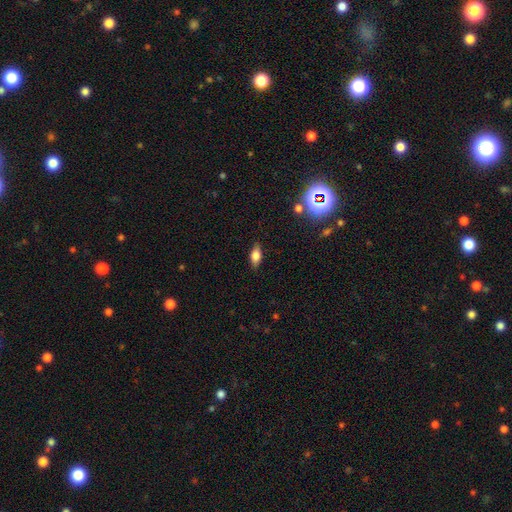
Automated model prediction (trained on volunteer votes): Smooth or featured?
  - smooth: 71% *
  - featured or disk: 19%
  - star or artifact: 10%
How rounded?
  - in between: 82% *
  - cigar-shaped: 12%
  - round: 5%
Merging?
  - none: 84% *
  - minor disturbance: 12%
  - major disturbance: 3%
  - merger: 1%